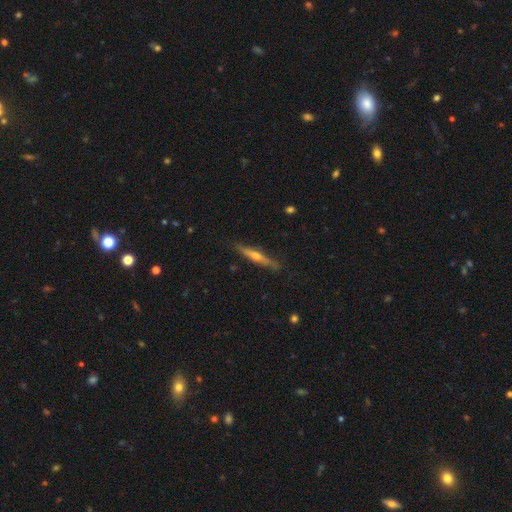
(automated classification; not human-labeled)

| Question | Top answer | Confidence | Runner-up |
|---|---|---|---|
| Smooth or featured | featured or disk | 64% | smooth (30%) |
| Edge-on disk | yes | 96% | no (4%) |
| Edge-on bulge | rounded | 85% | none (10%) |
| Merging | none | 85% | minor disturbance (11%) |